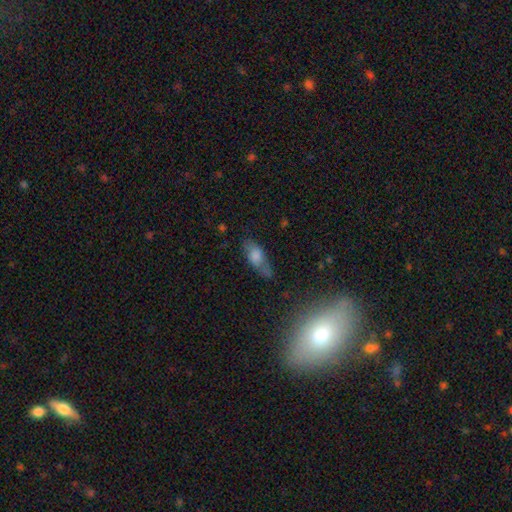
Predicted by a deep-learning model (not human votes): This is likely a smooth galaxy (65%). How rounded: likely in between (71%). Merging: possibly none (54%).